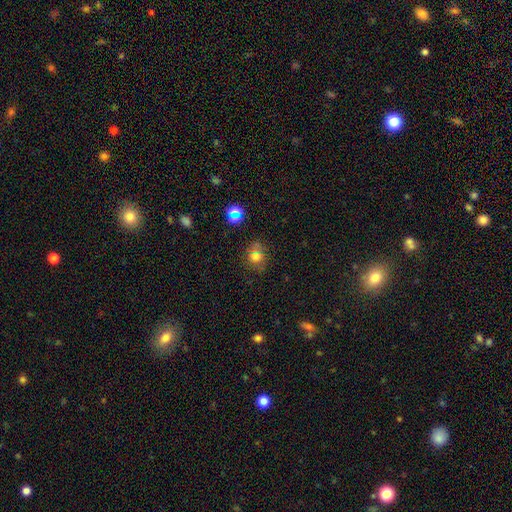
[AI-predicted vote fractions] Smooth or featured? Predicted: smooth (p=0.71). How rounded? Predicted: round (p=0.71). Merging? Predicted: none (p=0.66).